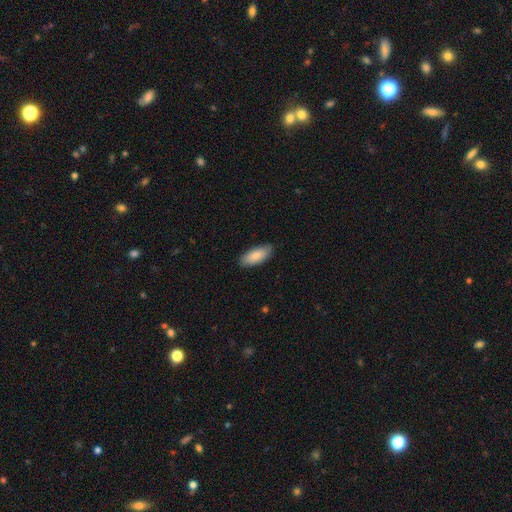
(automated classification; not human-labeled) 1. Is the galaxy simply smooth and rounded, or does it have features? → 87% smooth, 8% featured or disk, 5% star or artifact.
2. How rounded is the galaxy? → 85% in between, 13% cigar-shaped, 2% round.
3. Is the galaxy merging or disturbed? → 87% none, 10% minor disturbance, 2% major disturbance, 1% merger.